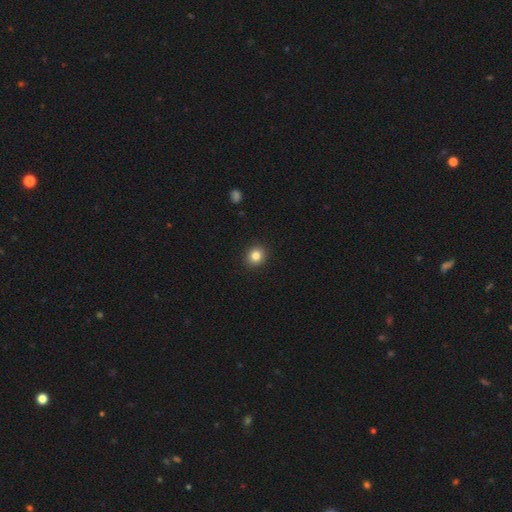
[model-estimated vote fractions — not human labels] A smooth galaxy with no disk features (83%) that is round (77%).

Vote fractions:
- Smooth or featured? smooth: 83% / star or artifact: 11% / featured or disk: 6%
- How rounded? round: 77% / in between: 22% / cigar-shaped: 1%
- Merging? none: 92% / minor disturbance: 6% / major disturbance: 2% / merger: 1%